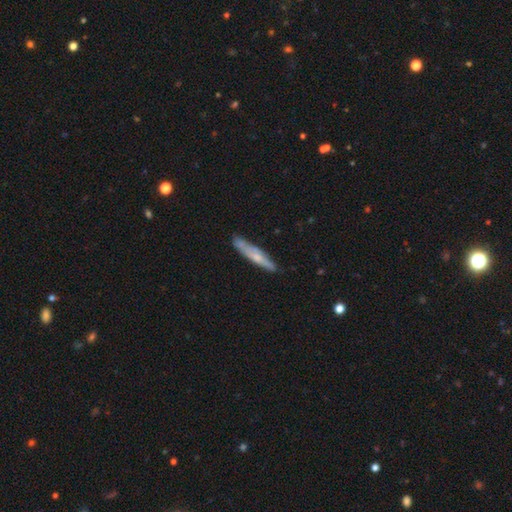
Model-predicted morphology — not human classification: The model was most divided on "smooth or featured": smooth: 49%, featured or disk: 44%, star or artifact: 6%. More confident: merging — none (77%).